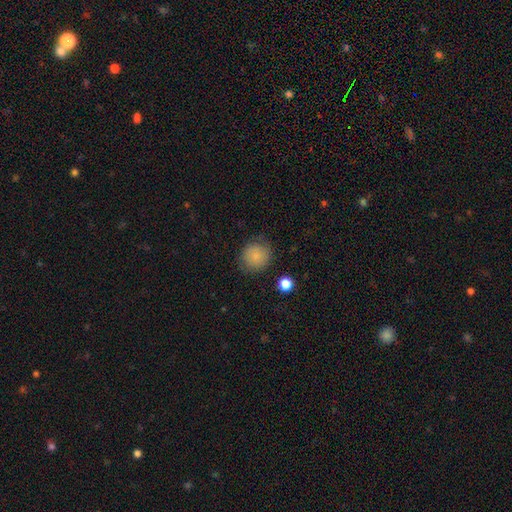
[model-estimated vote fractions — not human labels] smooth_or_featured: smooth (p=0.84) [alt: star or artifact p=0.09]
how_rounded: round (p=0.86) [alt: in between p=0.13]
merging: none (p=0.80) [alt: minor disturbance p=0.14]